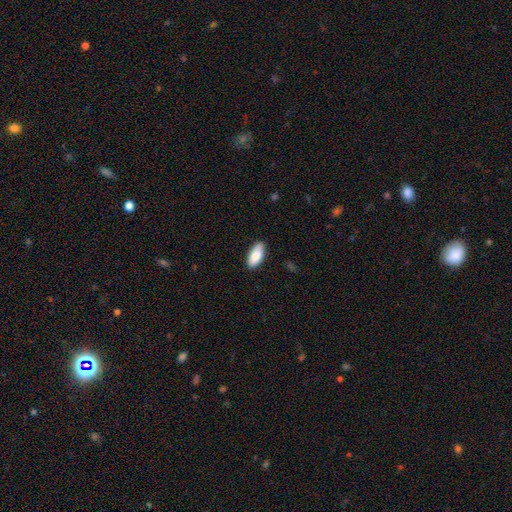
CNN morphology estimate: smooth-or-featured: smooth: 86% | featured or disk: 8% | star or artifact: 6%
  how-rounded: in between: 84% | cigar-shaped: 14% | round: 2%
  merging: none: 86% | minor disturbance: 11% | major disturbance: 2% | merger: 1%